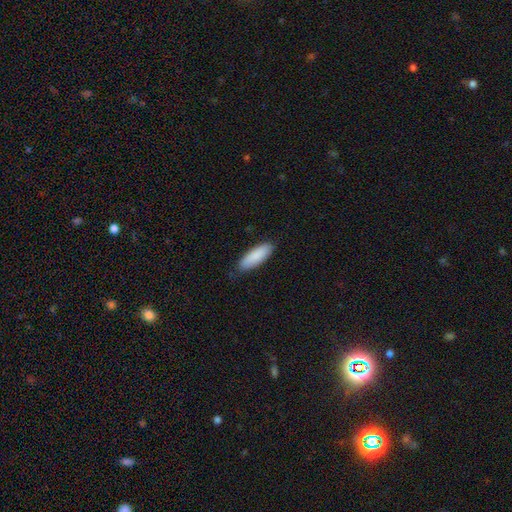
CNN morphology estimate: This appears to be a smooth galaxy with no disk features (88%) that is in between round and cigar-shaped (59%). Merging: none (82%).